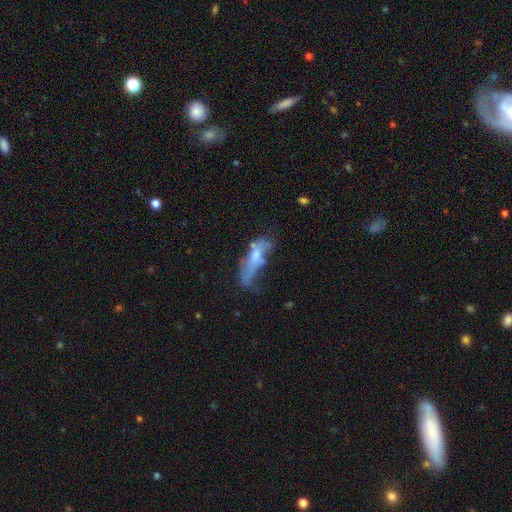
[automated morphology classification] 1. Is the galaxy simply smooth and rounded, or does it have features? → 46% featured or disk, 42% smooth, 12% star or artifact.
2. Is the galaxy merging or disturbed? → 36% major disturbance, 27% none, 24% minor disturbance, 13% merger.